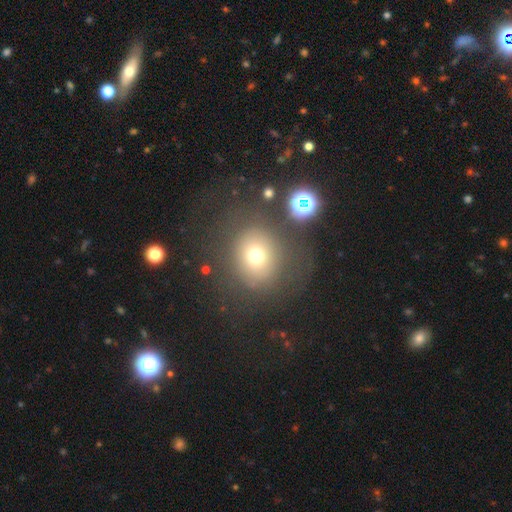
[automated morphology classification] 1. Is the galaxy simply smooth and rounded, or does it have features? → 67% smooth, 18% star or artifact, 14% featured or disk.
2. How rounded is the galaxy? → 83% round, 16% in between, 1% cigar-shaped.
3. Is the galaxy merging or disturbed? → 70% none, 13% minor disturbance, 12% major disturbance, 4% merger.